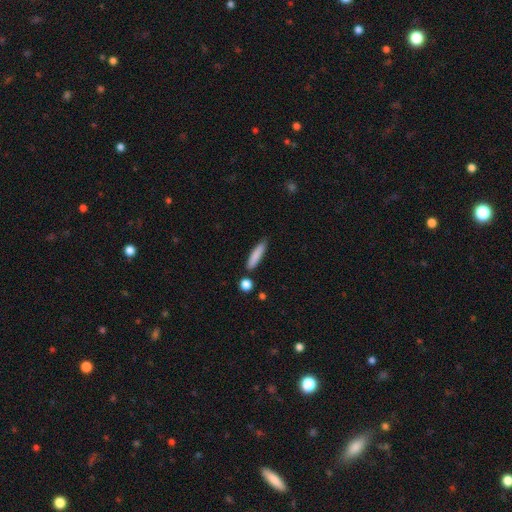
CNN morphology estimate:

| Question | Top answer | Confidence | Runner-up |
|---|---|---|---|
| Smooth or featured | smooth | 84% | featured or disk (9%) |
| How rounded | cigar-shaped | 82% | in between (16%) |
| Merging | none | 82% | minor disturbance (12%) |